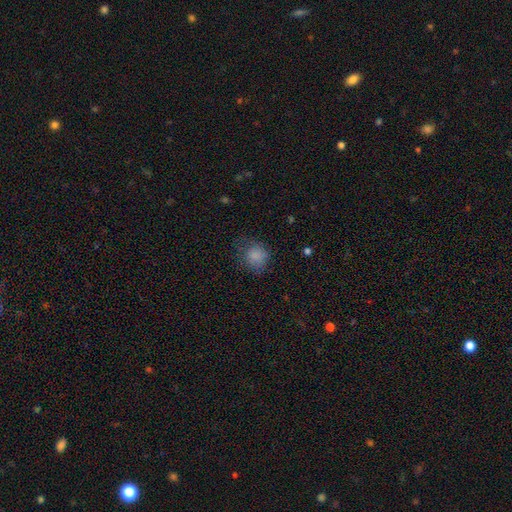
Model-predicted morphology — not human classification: Smooth or featured? smooth (83%)
How rounded? round (69%)
Merging? none (61%)